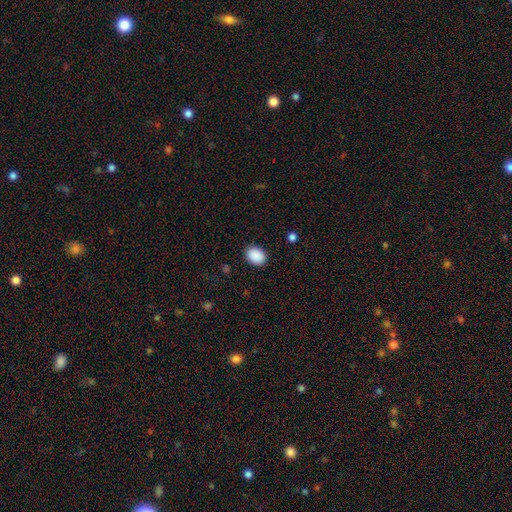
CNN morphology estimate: Overall: smooth (90%). How rounded: in between (68%; round 31%). Merging: none (89%).